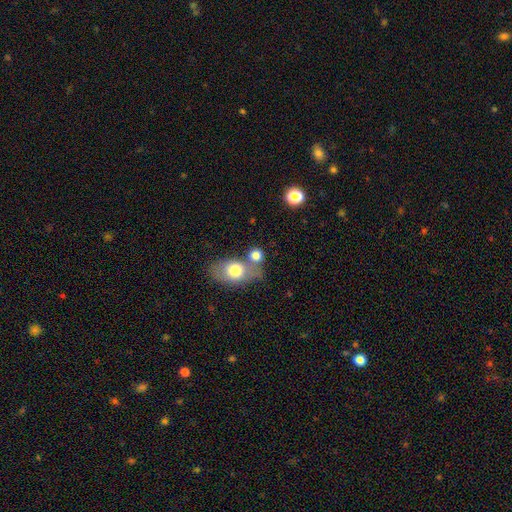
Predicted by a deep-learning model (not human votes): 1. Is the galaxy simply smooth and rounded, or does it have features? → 78% smooth, 13% featured or disk, 9% star or artifact.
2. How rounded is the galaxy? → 58% round, 39% in between, 3% cigar-shaped.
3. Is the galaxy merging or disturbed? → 48% none, 35% merger, 12% minor disturbance, 5% major disturbance.